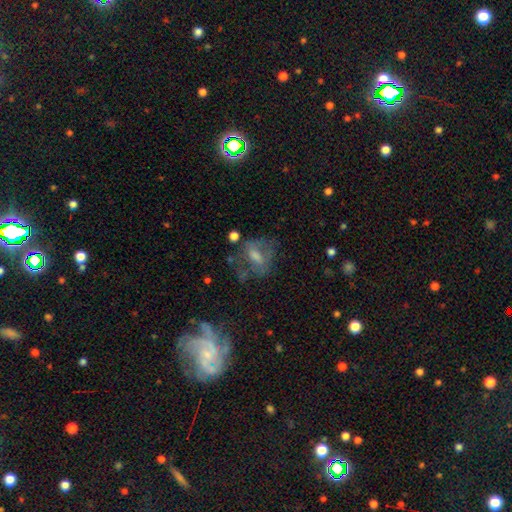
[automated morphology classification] A featured or disk galaxy (47%). Merging: none (48%).